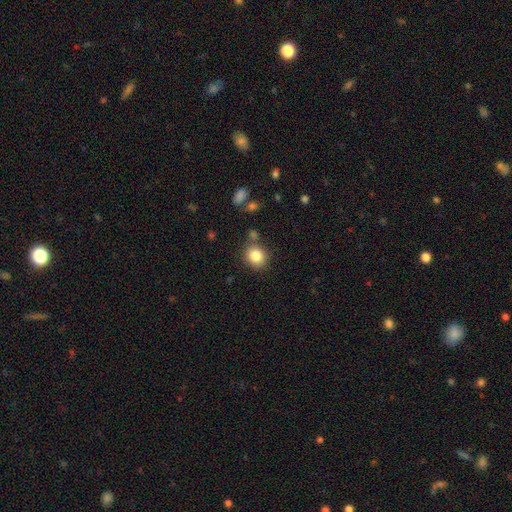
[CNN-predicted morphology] A smooth galaxy with no disk features (84%) that is round (75%). Merging: none (79%).